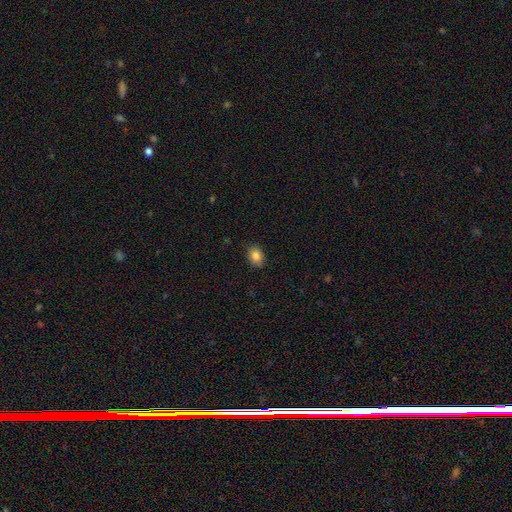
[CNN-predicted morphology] The model was most divided on "how rounded": in between: 69%, round: 29%, cigar-shaped: 1%. More confident: merging — none (87%); smooth or featured — smooth (85%).